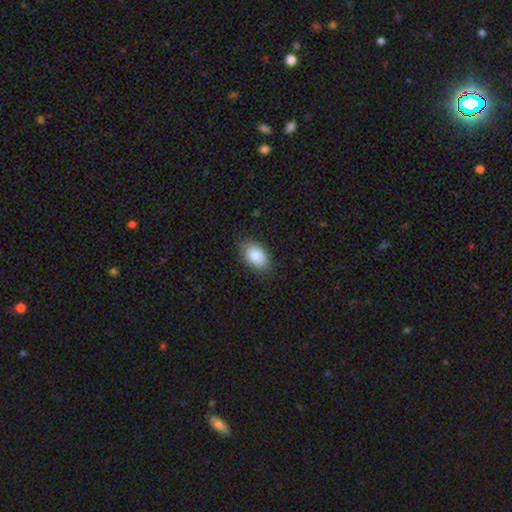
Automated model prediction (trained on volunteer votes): The model was most divided on "merging": none: 83%, minor disturbance: 13%, major disturbance: 3%, merger: 1%. More confident: how rounded — in between (93%); smooth or featured — smooth (88%).